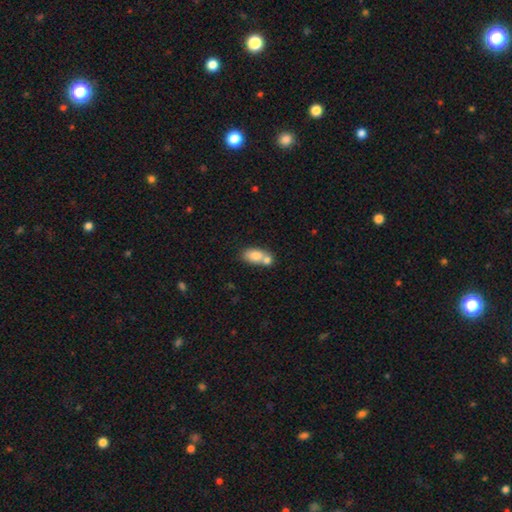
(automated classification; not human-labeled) Smooth or featured: smooth — 77% (featured or disk — 15%)
How rounded: in between — 84% (round — 12%)
Merging: merger — 53% (none — 34%)